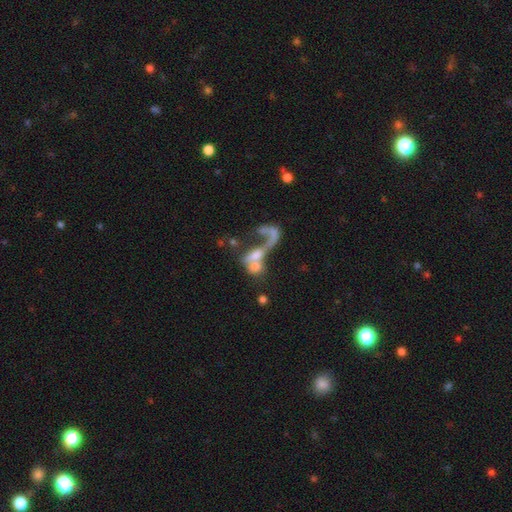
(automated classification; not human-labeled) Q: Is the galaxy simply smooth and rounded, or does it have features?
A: featured or disk — 57%.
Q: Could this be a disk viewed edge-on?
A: no — 94%.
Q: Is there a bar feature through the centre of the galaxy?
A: no — 69%.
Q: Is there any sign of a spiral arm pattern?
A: no — 53%.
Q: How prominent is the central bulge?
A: none — 30%, tied with moderate.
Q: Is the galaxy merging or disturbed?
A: merger — 56%.